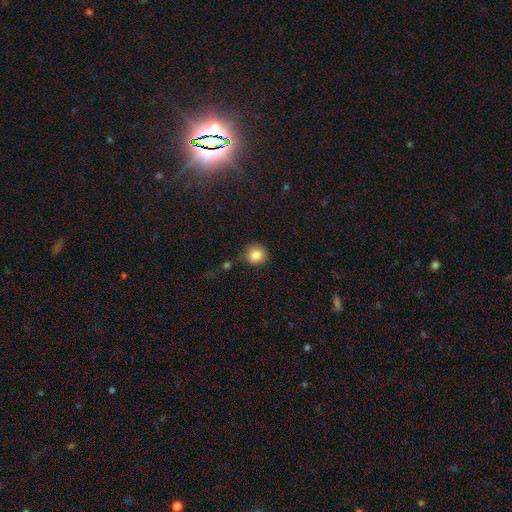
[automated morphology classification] A smooth galaxy with no disk features (86%) that is round (91%). Merging: none (80%).